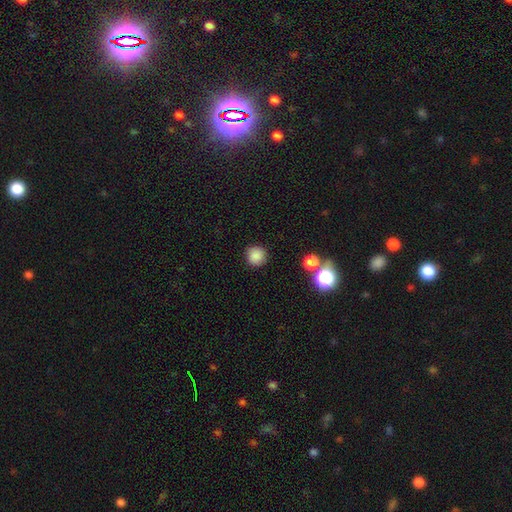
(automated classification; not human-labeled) Morphology: type=smooth (85%); roundness=round (94%); merging=none (88%).